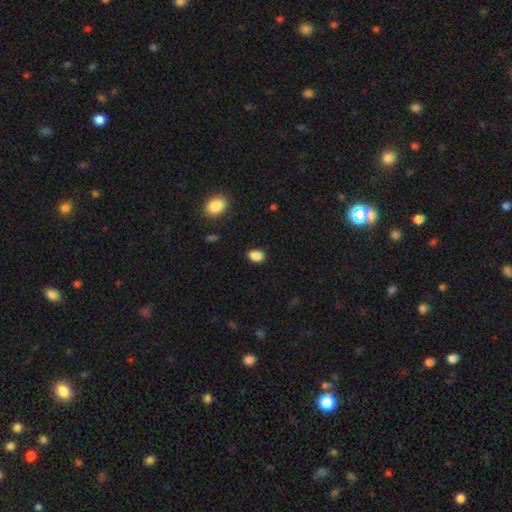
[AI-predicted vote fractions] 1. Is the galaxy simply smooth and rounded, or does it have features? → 88% smooth, 9% star or artifact, 3% featured or disk.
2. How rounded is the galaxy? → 83% in between, 16% round, 1% cigar-shaped.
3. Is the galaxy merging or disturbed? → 86% none, 11% minor disturbance, 3% major disturbance, 1% merger.